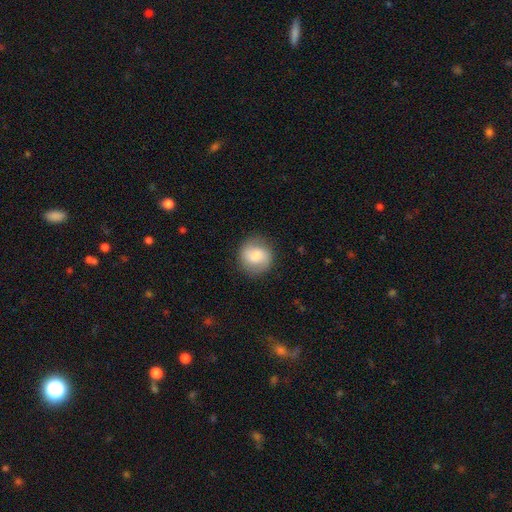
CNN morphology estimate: Q: Smooth or featured?
A: smooth (64%); runner-up: featured or disk (28%)
Q: How rounded?
A: round (89%); runner-up: in between (10%)
Q: Merging?
A: none (85%); runner-up: minor disturbance (11%)